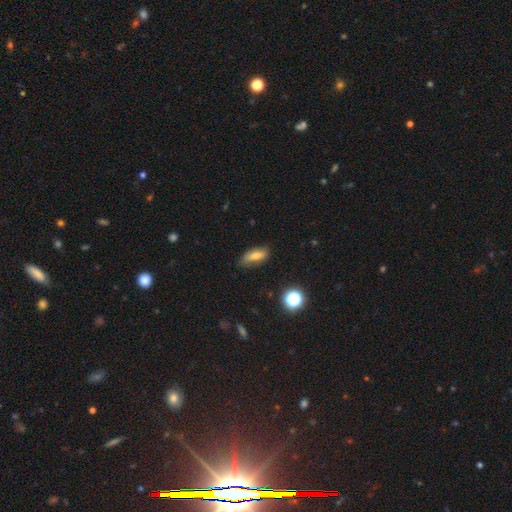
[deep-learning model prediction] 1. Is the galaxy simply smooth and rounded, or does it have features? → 61% smooth, 28% featured or disk, 11% star or artifact.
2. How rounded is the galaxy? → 74% in between, 21% cigar-shaped, 5% round.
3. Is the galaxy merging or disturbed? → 77% none, 18% minor disturbance, 4% major disturbance, 1% merger.